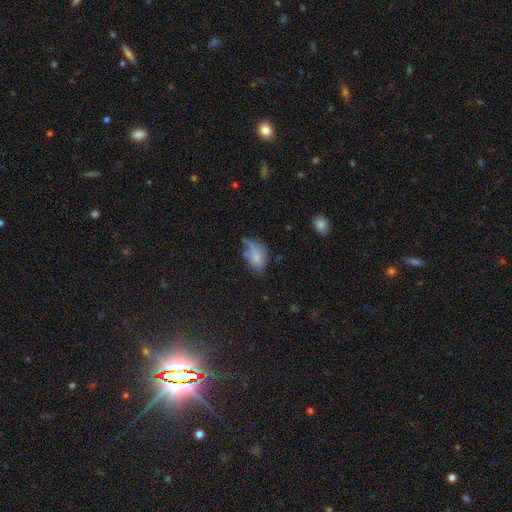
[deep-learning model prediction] Morphology: type=smooth (69%); roundness=in between (85%); merging=none (39%).